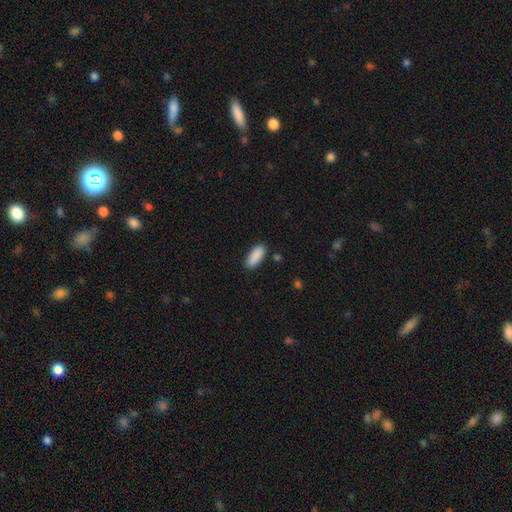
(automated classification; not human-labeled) smooth-or-featured: smooth: 90% | star or artifact: 6% | featured or disk: 4%
  how-rounded: in between: 75% | cigar-shaped: 23% | round: 2%
  merging: none: 86% | minor disturbance: 10% | major disturbance: 2% | merger: 2%